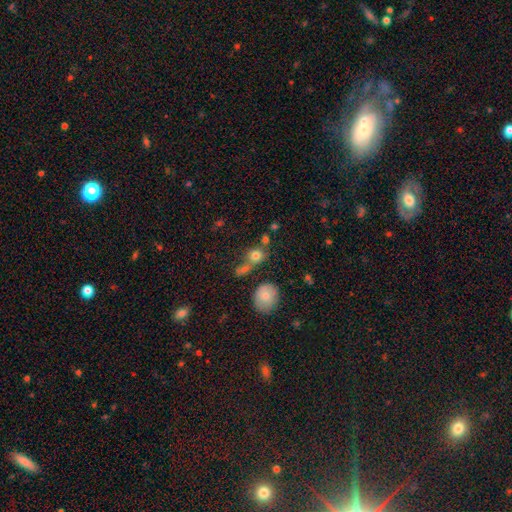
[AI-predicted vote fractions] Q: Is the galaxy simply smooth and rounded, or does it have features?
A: smooth — 77%.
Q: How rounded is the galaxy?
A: round — 78%.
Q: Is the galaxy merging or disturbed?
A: none — 52%.